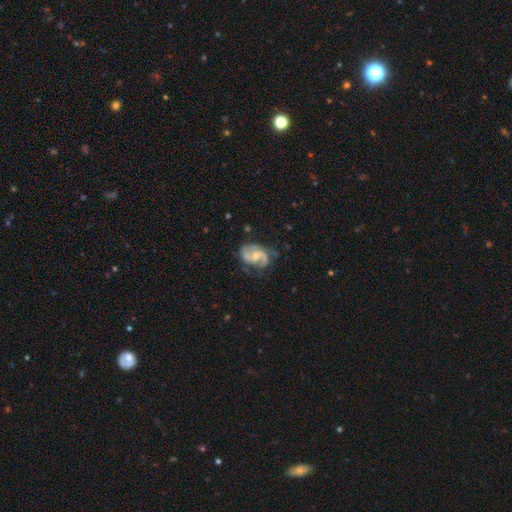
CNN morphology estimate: Smooth or featured? Predicted: featured or disk (p=0.81). Edge-on disk? Predicted: no (p=0.97). Bar? Predicted: no (p=0.52). Spiral arms? Predicted: yes (p=0.93). Spiral winding? Predicted: medium (p=0.48). Spiral arm count? Predicted: 2 (p=0.85). Bulge size? Predicted: moderate (p=0.56). Merging? Predicted: none (p=0.64).